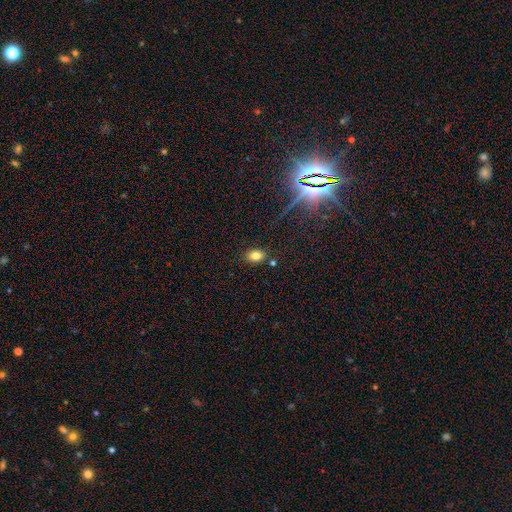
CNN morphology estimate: type=smooth (80%); roundness=in between (80%); merging=none (82%).